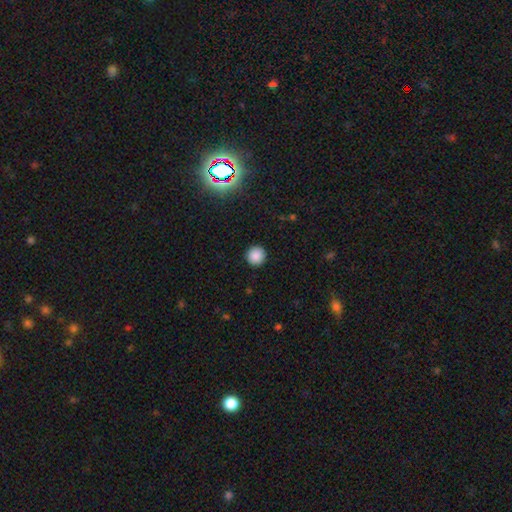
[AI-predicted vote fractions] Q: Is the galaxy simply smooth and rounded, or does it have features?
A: smooth — 87%.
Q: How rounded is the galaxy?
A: round — 95%.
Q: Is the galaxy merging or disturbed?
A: none — 92%.